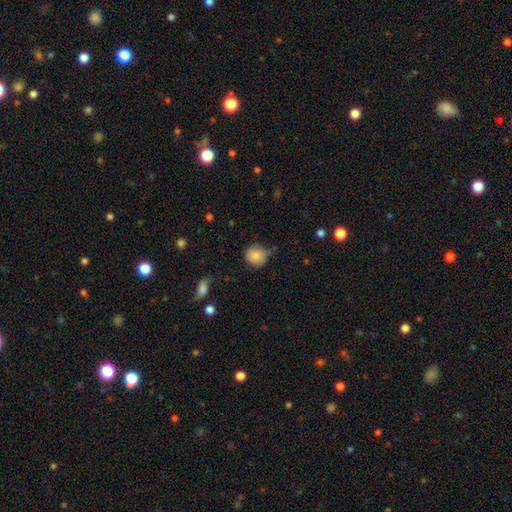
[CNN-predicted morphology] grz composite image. It shows a smooth galaxy with no disk features (84%) that is round (84%). Merging: none (61%).